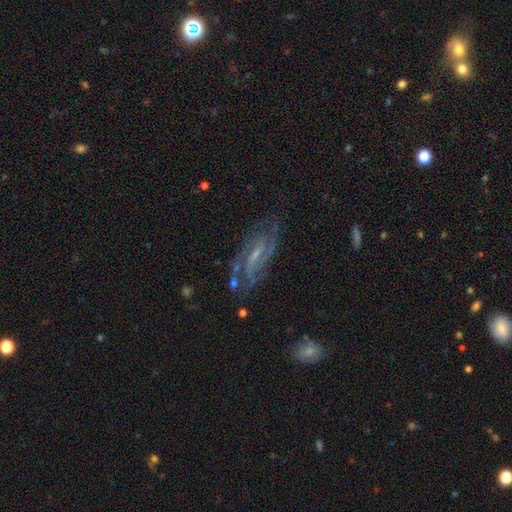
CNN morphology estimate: This appears to be a featured or disk galaxy (85%) with a weak bar (51%), 2 (63%) medium (48%) spiral arms (96%) and a small central bulge (62%). Merging: none (72%).